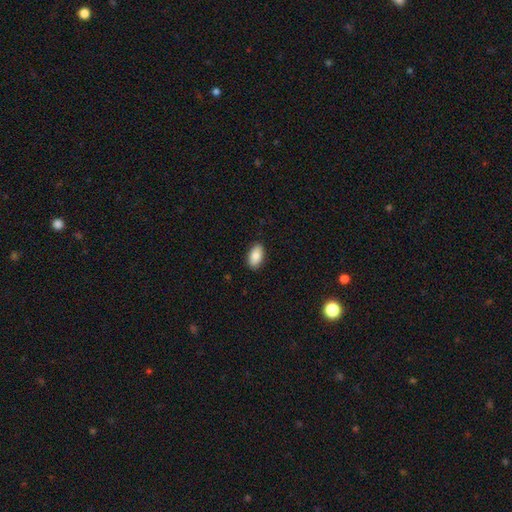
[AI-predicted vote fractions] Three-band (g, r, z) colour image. It shows a smooth galaxy with no disk features (85%) that is in between round and cigar-shaped (94%). Merging: none (89%).